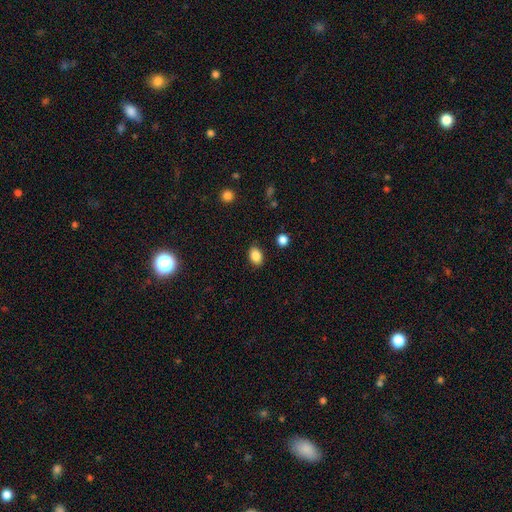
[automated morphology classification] smooth_or_featured: smooth (p=0.87) [alt: star or artifact p=0.09]
how_rounded: in between (p=0.78) [alt: round p=0.21]
merging: none (p=0.85) [alt: minor disturbance p=0.11]